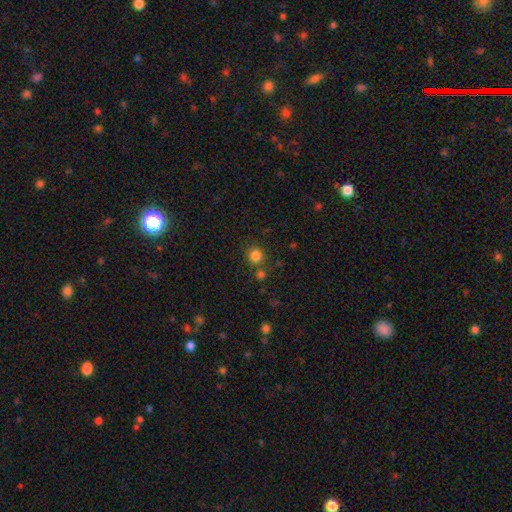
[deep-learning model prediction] This is clearly a smooth galaxy (82%). How rounded: clearly round (88%). Merging: likely none (76%).